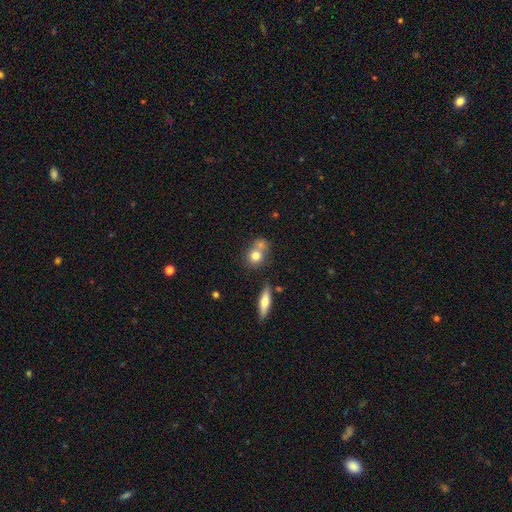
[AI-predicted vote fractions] Morphology: type=smooth (75%); roundness=round (73%); merging=merger (44%).